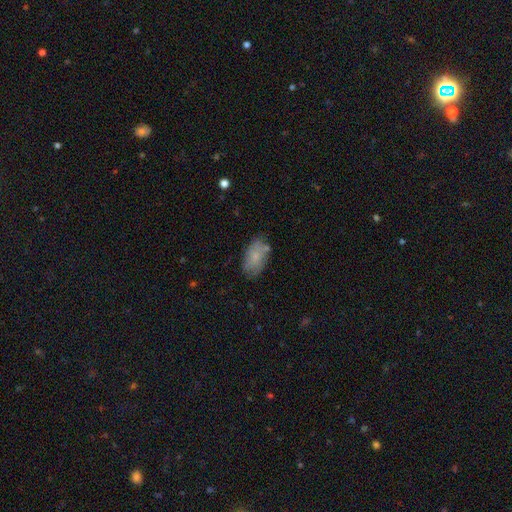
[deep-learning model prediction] Overall: smooth (72%). How rounded: in between (93%). Merging: none (68%).